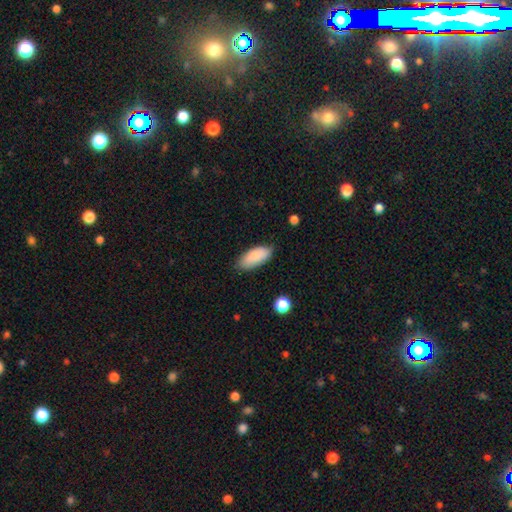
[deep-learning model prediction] Smooth or featured? smooth (86%)
How rounded? in between (88%)
Merging? none (80%)